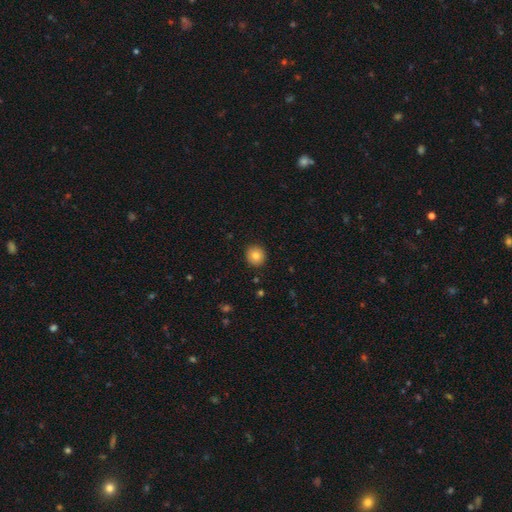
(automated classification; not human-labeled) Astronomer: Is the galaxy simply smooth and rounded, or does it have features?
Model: smooth — 83%.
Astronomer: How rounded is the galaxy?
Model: round — 92%.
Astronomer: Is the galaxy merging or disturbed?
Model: none — 91%.